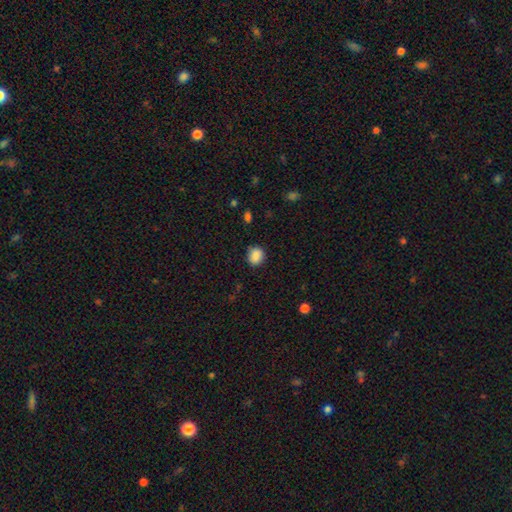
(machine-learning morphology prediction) A smooth galaxy with no disk features (87%) that is round (71%).

Vote fractions:
- Smooth or featured? smooth: 87% / star or artifact: 9% / featured or disk: 4%
- How rounded? round: 71% / in between: 28% / cigar-shaped: 1%
- Merging? none: 85% / minor disturbance: 11% / major disturbance: 3% / merger: 1%